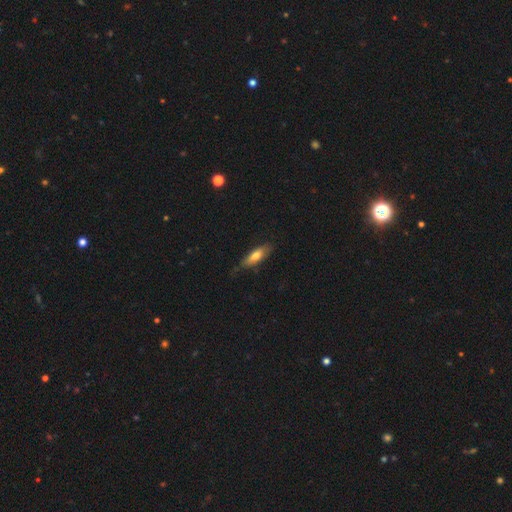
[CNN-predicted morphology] Smooth or featured?
  - smooth: 64% *
  - featured or disk: 30%
  - star or artifact: 6%
How rounded?
  - cigar-shaped: 51% *
  - in between: 47%
  - round: 2%
Merging?
  - none: 67% *
  - minor disturbance: 26%
  - major disturbance: 5%
  - merger: 2%